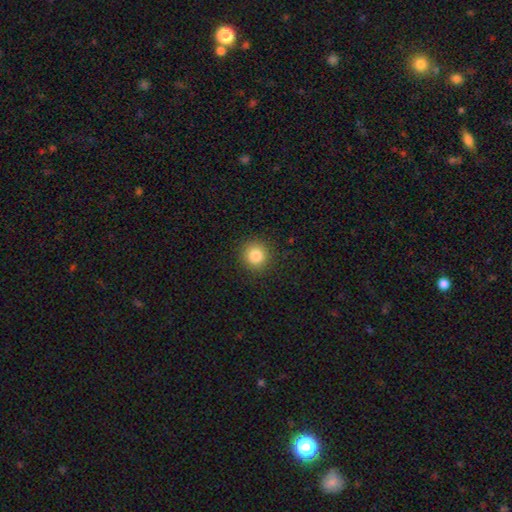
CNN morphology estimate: This appears to be a smooth galaxy with no disk features (84%) that is round (91%). Merging: none (90%).